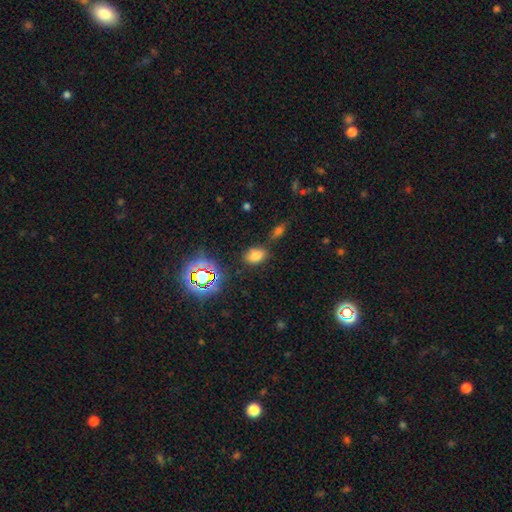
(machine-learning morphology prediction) Smooth or featured? Predicted: smooth (p=0.71). How rounded? Predicted: in between (p=0.79). Merging? Predicted: none (p=0.74).